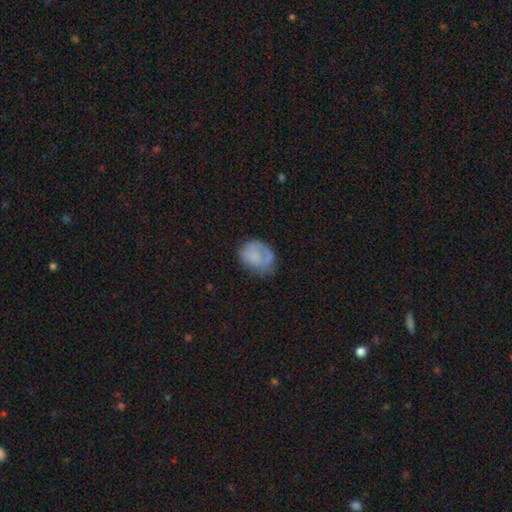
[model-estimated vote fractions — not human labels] smooth_or_featured: smooth (p=0.66) [alt: featured or disk p=0.25]
how_rounded: in between (p=0.53) [alt: round p=0.45]
merging: none (p=0.47) [alt: minor disturbance p=0.30]